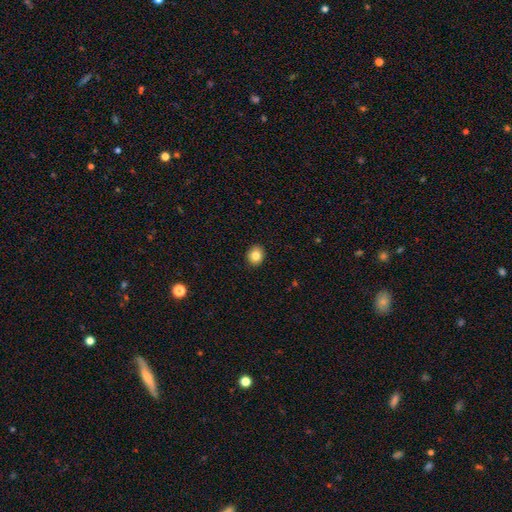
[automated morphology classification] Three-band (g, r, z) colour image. It shows a smooth galaxy with no disk features (83%) that is round (66%). Merging: none (92%).